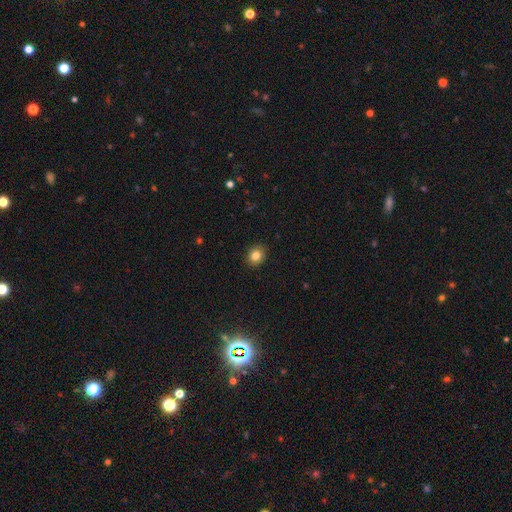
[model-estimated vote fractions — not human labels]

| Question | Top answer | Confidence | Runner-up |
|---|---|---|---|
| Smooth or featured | smooth | 82% | star or artifact (11%) |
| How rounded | round | 66% | in between (34%) |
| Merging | none | 90% | minor disturbance (7%) |